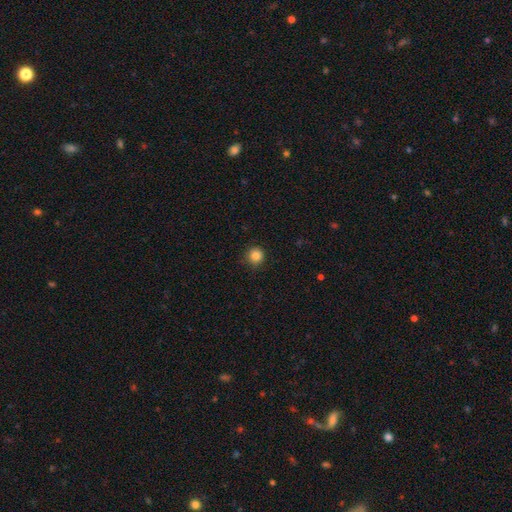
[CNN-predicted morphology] type=smooth (85%); roundness=round (94%); merging=none (87%).